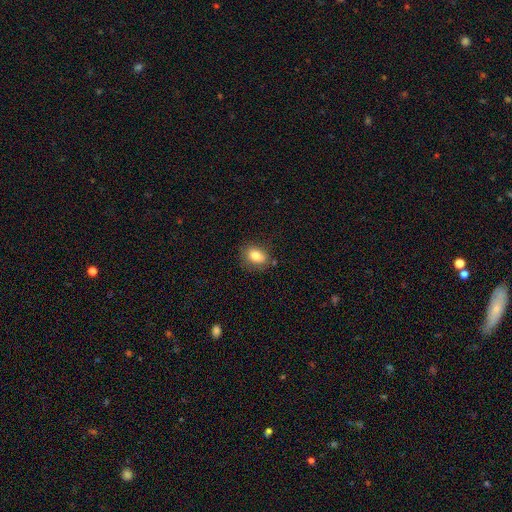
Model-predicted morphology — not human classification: Smooth or featured: smooth — 82% (star or artifact — 9%)
How rounded: in between — 68% (round — 31%)
Merging: none — 73% (minor disturbance — 19%)